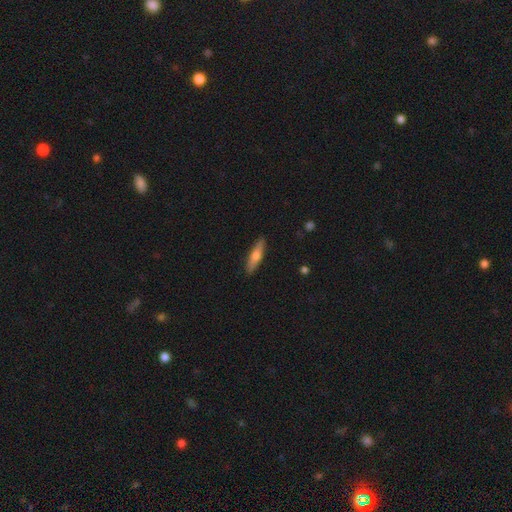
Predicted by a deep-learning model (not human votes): Q: Smooth or featured?
A: smooth (58%); runner-up: featured or disk (37%)
Q: How rounded?
A: cigar-shaped (78%); runner-up: in between (20%)
Q: Merging?
A: none (89%); runner-up: minor disturbance (8%)